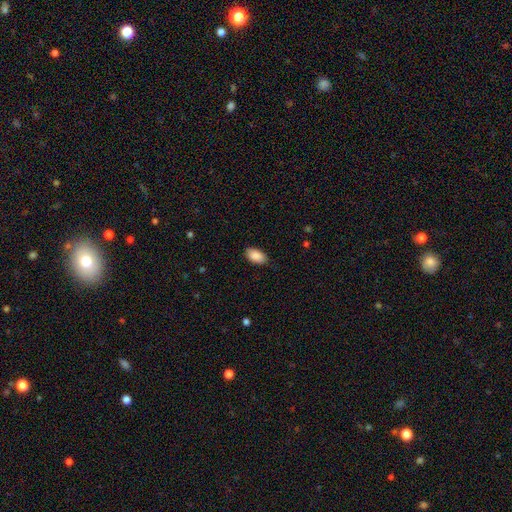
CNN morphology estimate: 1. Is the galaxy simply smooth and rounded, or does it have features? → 90% smooth, 6% star or artifact, 4% featured or disk.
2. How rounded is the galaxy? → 94% in between, 4% round, 2% cigar-shaped.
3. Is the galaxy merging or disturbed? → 84% none, 13% minor disturbance, 3% major disturbance, 1% merger.